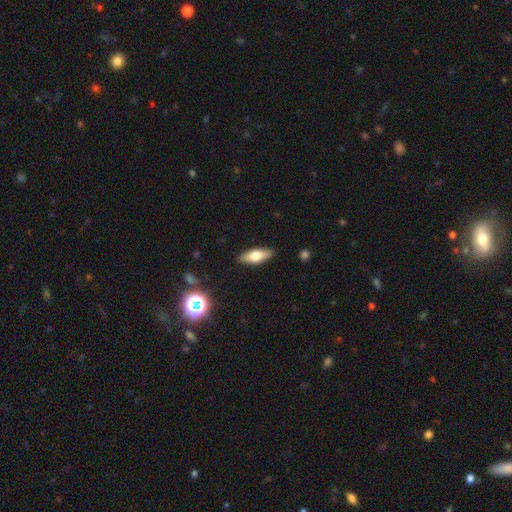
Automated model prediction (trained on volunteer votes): smooth-or-featured: smooth: 57% | featured or disk: 36% | star or artifact: 7%
  how-rounded: in between: 64% | cigar-shaped: 33% | round: 3%
  merging: none: 88% | minor disturbance: 9% | major disturbance: 2% | merger: 1%